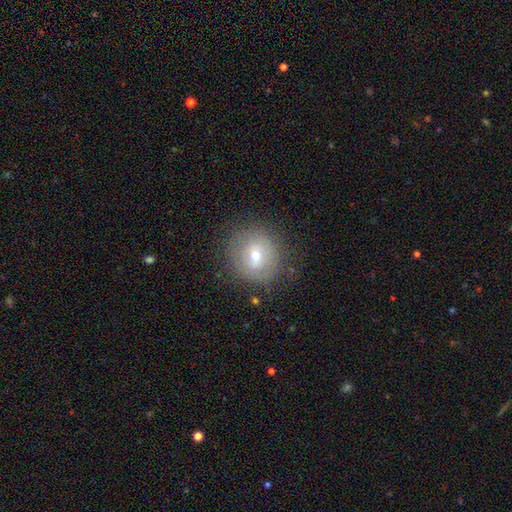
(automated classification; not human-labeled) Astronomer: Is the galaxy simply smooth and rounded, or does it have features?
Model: smooth — 56% (runner-up: featured or disk, 32%).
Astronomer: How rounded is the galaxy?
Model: round — 90%.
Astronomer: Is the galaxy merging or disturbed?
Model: none — 80%.